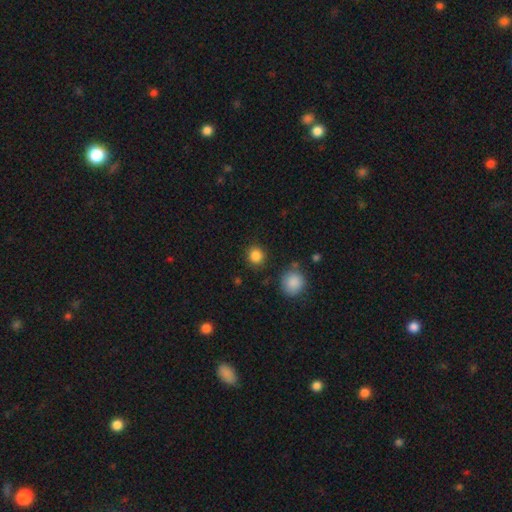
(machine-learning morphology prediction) Overall: smooth (85%). How rounded: round (90%). Merging: none (88%).